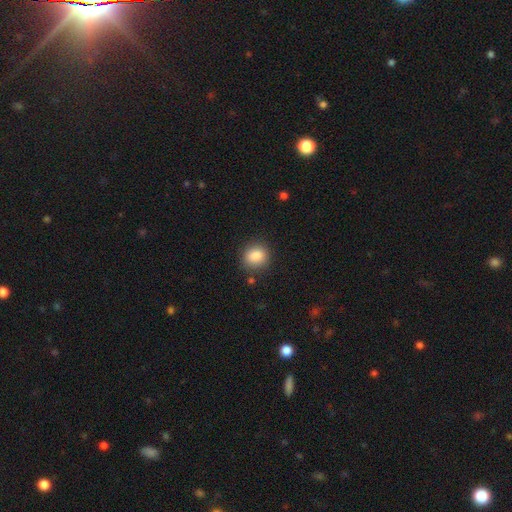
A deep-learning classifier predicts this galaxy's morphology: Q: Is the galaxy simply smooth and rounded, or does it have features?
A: smooth — 86%.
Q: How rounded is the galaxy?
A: round — 72%.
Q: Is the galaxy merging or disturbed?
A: none — 83%.